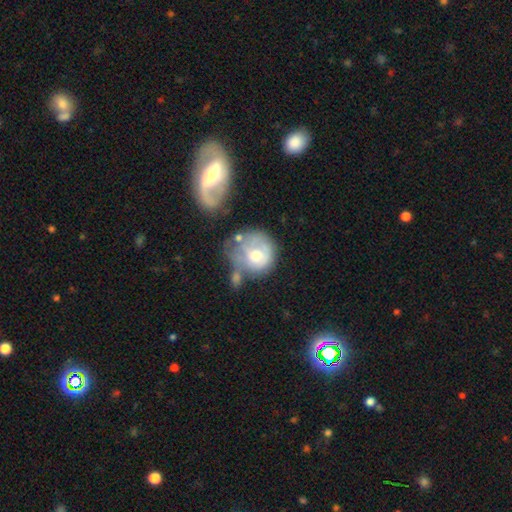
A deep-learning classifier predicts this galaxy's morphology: type=smooth (48%); merging=none (32%).